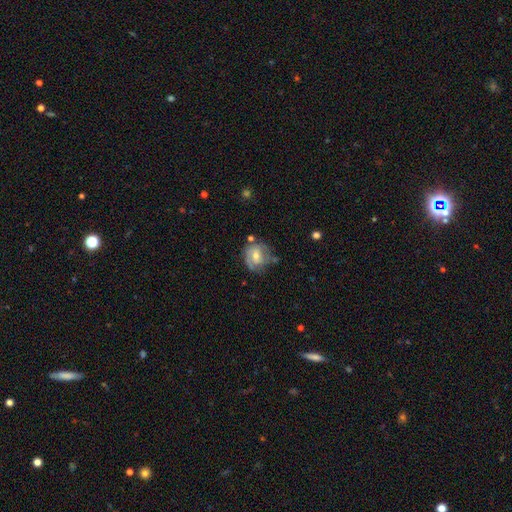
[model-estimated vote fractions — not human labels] The model was most divided on "bar": no: 53%, weak: 38%, strong: 9%. More confident: edge-on disk — no (97%); spiral arms — yes (79%); smooth or featured — featured or disk (60%); bulge size — moderate (57%); merging — none (54%).